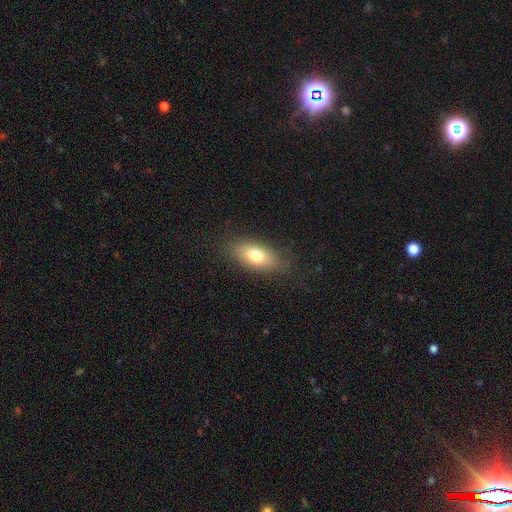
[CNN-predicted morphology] Smooth or featured?
  - smooth: 76% *
  - featured or disk: 16%
  - star or artifact: 8%
How rounded?
  - in between: 85% *
  - cigar-shaped: 10%
  - round: 5%
Merging?
  - none: 82% *
  - minor disturbance: 13%
  - major disturbance: 4%
  - merger: 1%